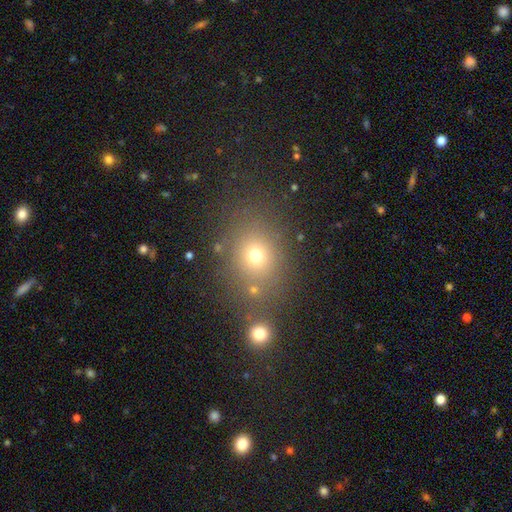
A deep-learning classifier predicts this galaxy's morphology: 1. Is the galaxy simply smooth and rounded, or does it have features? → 68% smooth, 21% star or artifact, 11% featured or disk.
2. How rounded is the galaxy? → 63% round, 36% in between, 1% cigar-shaped.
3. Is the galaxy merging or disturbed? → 70% none, 14% merger, 11% minor disturbance, 5% major disturbance.